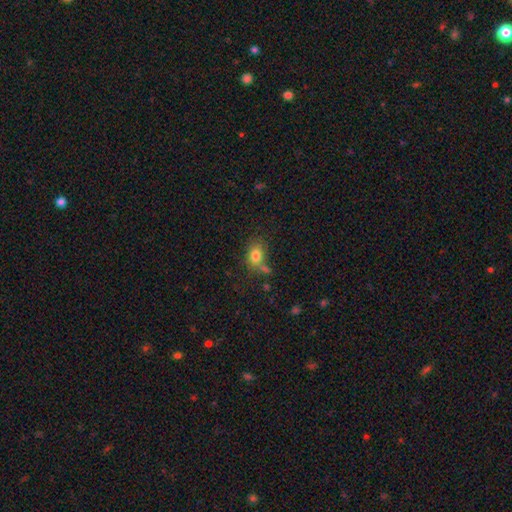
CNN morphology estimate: Overall: smooth (80%). How rounded: in between (69%; round 30%). Merging: none (56%; minor disturbance 20%).